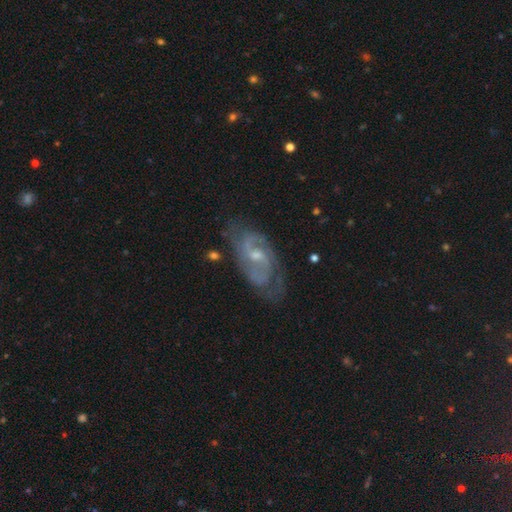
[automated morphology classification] featured or disk 85%, smooth 9%, star or artifact 6%. Down the decision tree: edge-on disk — no (95%); bar — weak (50%); spiral arms — yes (95%); spiral arm count — 2 (78%); spiral winding — medium (51%); bulge size — small (53%); merging — none (71%).